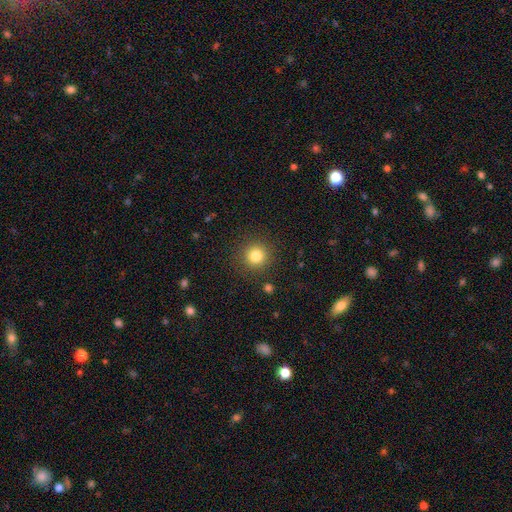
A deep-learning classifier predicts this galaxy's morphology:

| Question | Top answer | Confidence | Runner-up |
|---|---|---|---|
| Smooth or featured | smooth | 81% | star or artifact (12%) |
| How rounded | round | 95% | in between (4%) |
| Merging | none | 89% | minor disturbance (6%) |